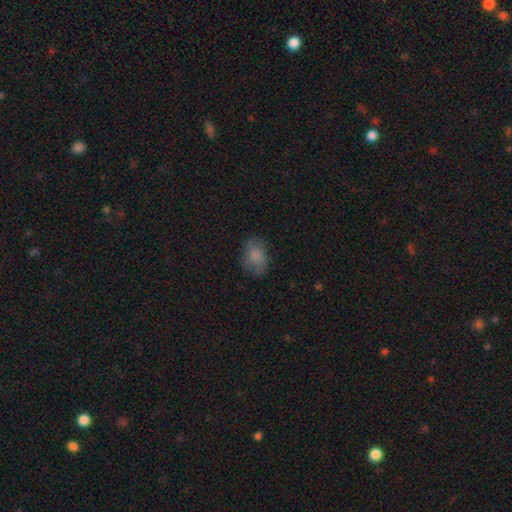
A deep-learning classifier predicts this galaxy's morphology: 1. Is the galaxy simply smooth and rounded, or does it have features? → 78% smooth, 12% featured or disk, 9% star or artifact.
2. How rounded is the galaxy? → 78% in between, 21% round, 1% cigar-shaped.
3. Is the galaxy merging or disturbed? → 68% none, 23% minor disturbance, 8% major disturbance, 1% merger.